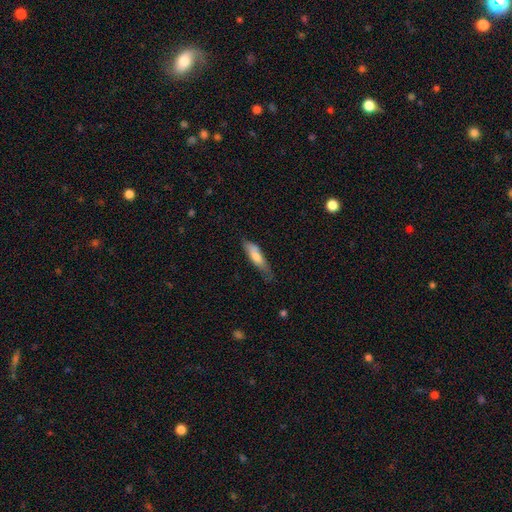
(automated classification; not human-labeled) This appears to be a smooth galaxy with no disk features (68%) that is cigar-shaped (65%). Merging: none (58%).